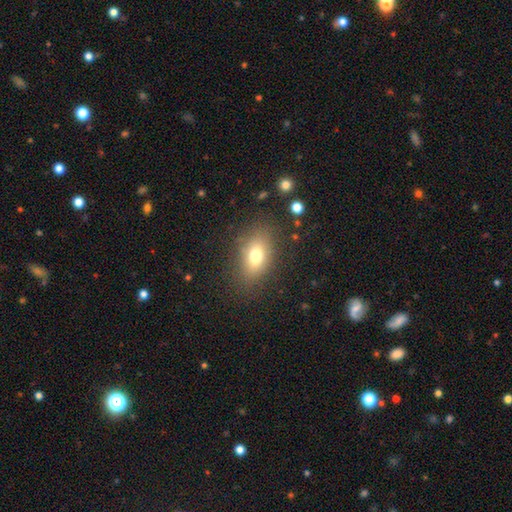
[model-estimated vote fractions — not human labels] smooth-or-featured: smooth: 74% | featured or disk: 14% | star or artifact: 11%
  how-rounded: in between: 83% | round: 14% | cigar-shaped: 3%
  merging: none: 80% | minor disturbance: 13% | major disturbance: 6% | merger: 2%